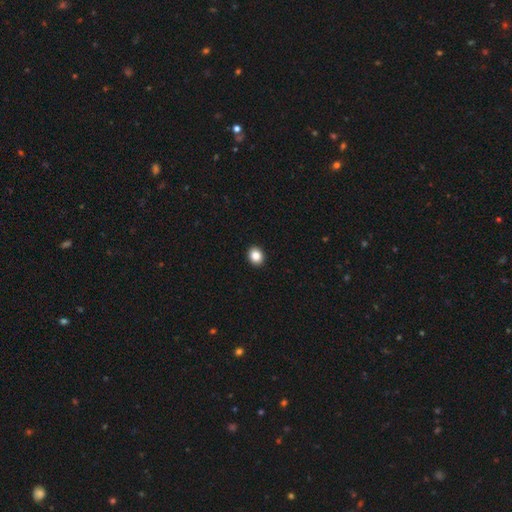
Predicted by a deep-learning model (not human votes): Smooth or featured? Predicted: smooth (p=0.86). How rounded? Predicted: round (p=0.61). Merging? Predicted: none (p=0.93).